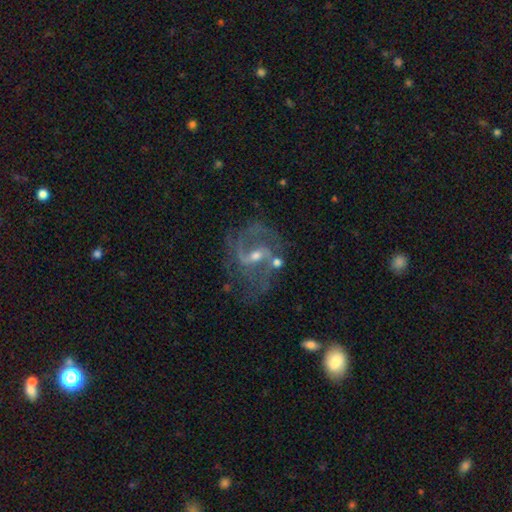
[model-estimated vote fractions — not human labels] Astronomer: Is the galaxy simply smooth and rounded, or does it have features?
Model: featured or disk — 87%.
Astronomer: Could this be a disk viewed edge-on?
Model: no — 97%.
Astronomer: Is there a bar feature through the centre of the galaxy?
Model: weak — 52% (runner-up: strong, 29%).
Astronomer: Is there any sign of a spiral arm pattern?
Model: yes — 94%.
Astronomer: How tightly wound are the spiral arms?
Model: medium — 53% (runner-up: loose, 29%).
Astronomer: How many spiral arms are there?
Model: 2 — 75%.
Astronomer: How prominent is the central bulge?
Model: small — 51% (runner-up: moderate, 45%).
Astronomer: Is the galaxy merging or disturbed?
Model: none — 58%.